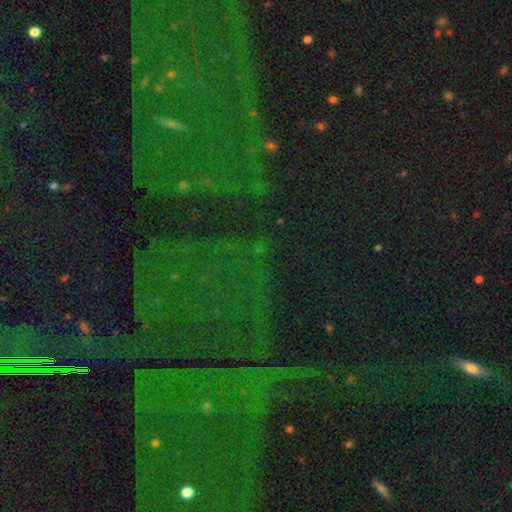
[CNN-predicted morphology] Smooth or featured?
  - star or artifact: 84% *
  - smooth: 9%
  - featured or disk: 7%